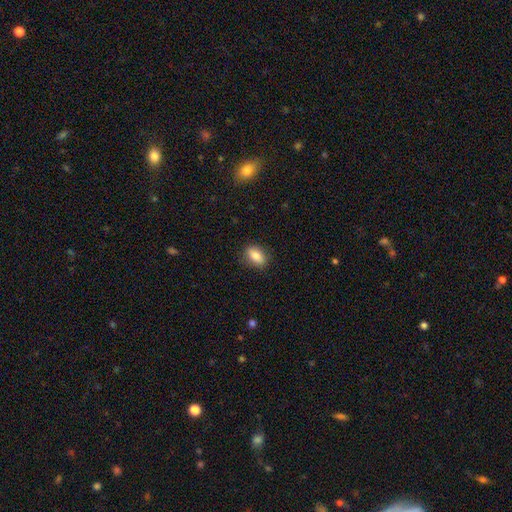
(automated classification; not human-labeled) The model was most divided on "smooth or featured": smooth: 81%, featured or disk: 12%, star or artifact: 8%. More confident: merging — none (85%); how rounded — in between (83%).